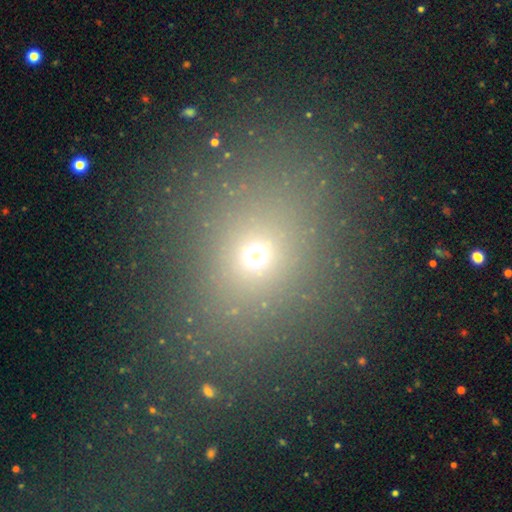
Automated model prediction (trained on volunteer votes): Smooth or featured: smooth — 61% (star or artifact — 28%)
How rounded: round — 57% (in between — 40%)
Merging: none — 77% (minor disturbance — 11%)